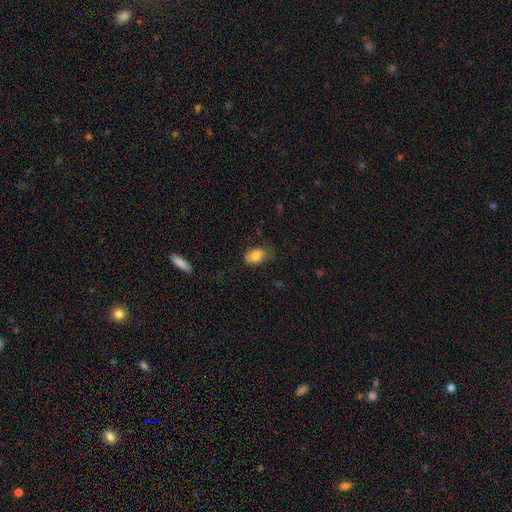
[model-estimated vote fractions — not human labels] smooth-or-featured: smooth: 84% | star or artifact: 8% | featured or disk: 8%
  how-rounded: in between: 86% | round: 12% | cigar-shaped: 2%
  merging: none: 66% | minor disturbance: 26% | major disturbance: 7% | merger: 1%